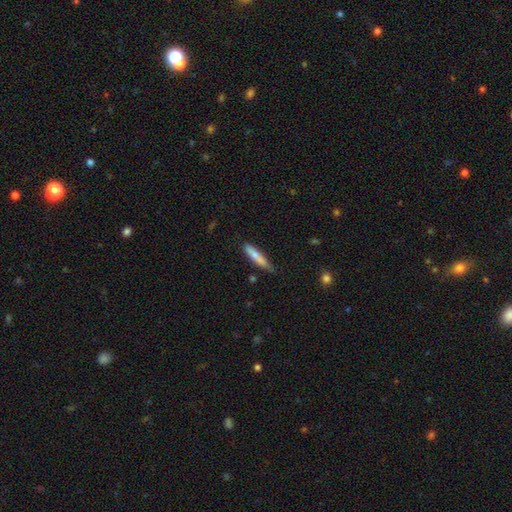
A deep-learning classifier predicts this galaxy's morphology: type=smooth (71%); roundness=cigar-shaped (87%); merging=none (70%).